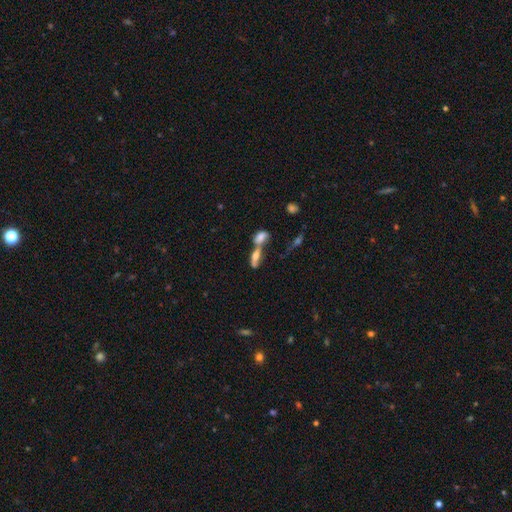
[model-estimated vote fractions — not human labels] Smooth or featured: smooth — 56% (featured or disk — 32%)
How rounded: in between — 64% (cigar-shaped — 31%)
Merging: merger — 62% (none — 24%)